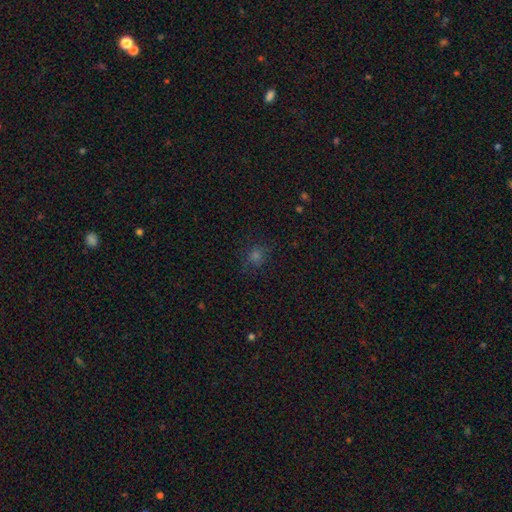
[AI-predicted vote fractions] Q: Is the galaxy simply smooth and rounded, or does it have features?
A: smooth — 54%.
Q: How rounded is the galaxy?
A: round — 79%.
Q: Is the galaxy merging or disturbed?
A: none — 80%.